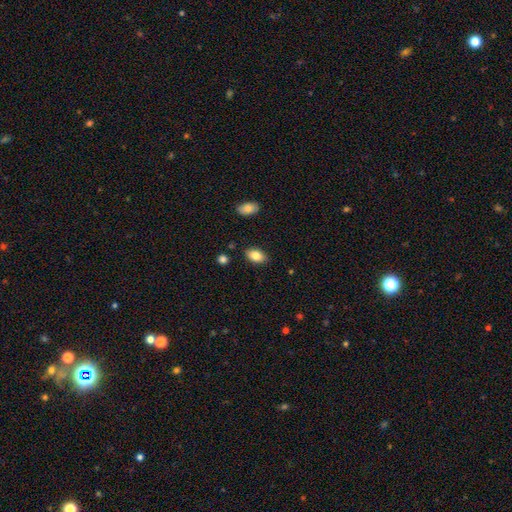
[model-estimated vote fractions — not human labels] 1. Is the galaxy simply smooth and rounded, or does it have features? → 84% smooth, 9% featured or disk, 8% star or artifact.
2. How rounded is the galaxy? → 90% in between, 8% round, 2% cigar-shaped.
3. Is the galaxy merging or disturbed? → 86% none, 10% minor disturbance, 2% major disturbance, 2% merger.